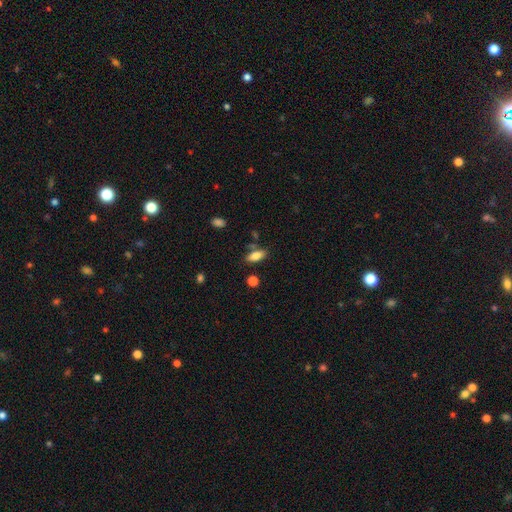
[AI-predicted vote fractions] Smooth or featured: smooth — 82% (featured or disk — 10%)
How rounded: in between — 83% (cigar-shaped — 14%)
Merging: none — 75% (minor disturbance — 14%)